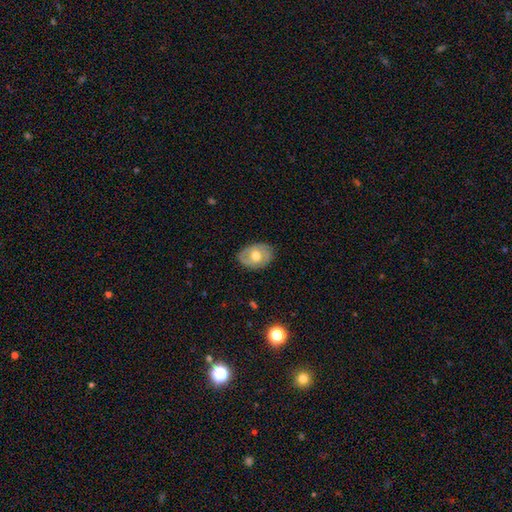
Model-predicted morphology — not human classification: Smooth or featured? Predicted: featured or disk (p=0.55). Edge-on disk? Predicted: no (p=0.94). Bar? Predicted: no (p=0.71). Spiral arms? Predicted: yes (p=0.60). Bulge size? Predicted: moderate (p=0.76). Merging? Predicted: none (p=0.77).